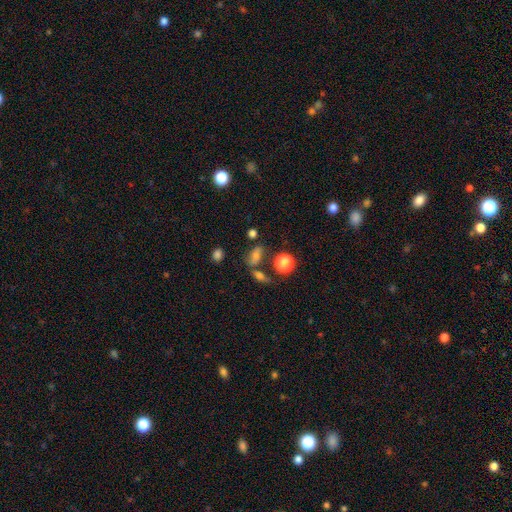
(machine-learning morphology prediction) Smooth or featured: smooth — 60% (star or artifact — 20%)
How rounded: in between — 68% (round — 24%)
Merging: none — 57% (minor disturbance — 17%)